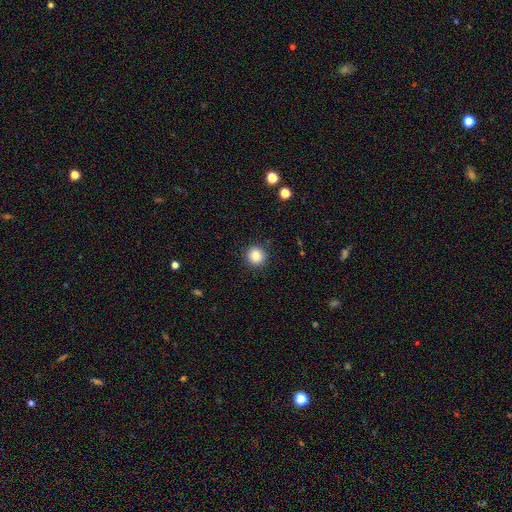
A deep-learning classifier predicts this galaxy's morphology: Smooth or featured: smooth — 84% (star or artifact — 10%)
How rounded: round — 91% (in between — 8%)
Merging: none — 90% (minor disturbance — 6%)